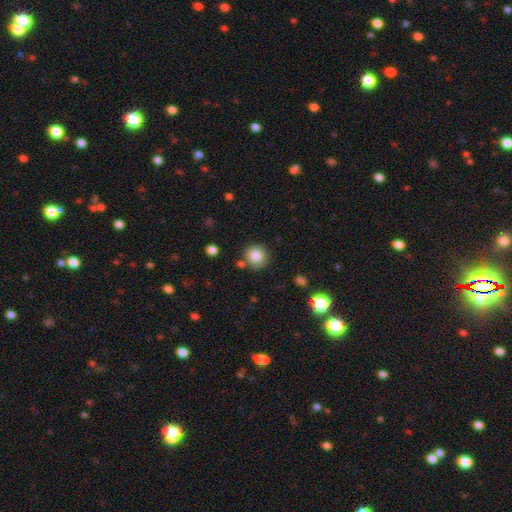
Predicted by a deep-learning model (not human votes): This is clearly a smooth galaxy (84%). How rounded: clearly round (88%). Merging: likely none (80%).